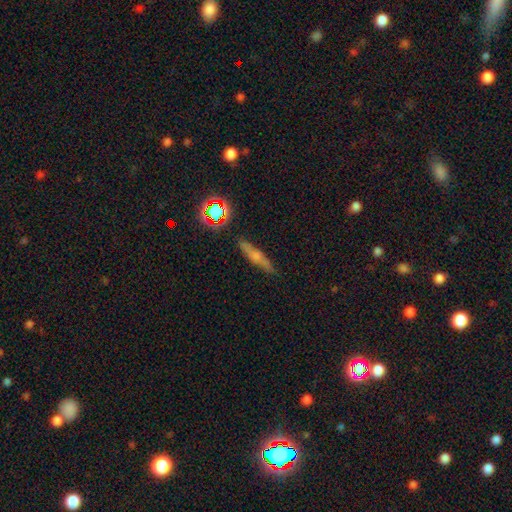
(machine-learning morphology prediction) A smooth galaxy with no disk features (44%).

Vote fractions:
- Smooth or featured? smooth: 44% / featured or disk: 41% / star or artifact: 14%
- Merging? none: 81% / minor disturbance: 13% / major disturbance: 3% / merger: 2%